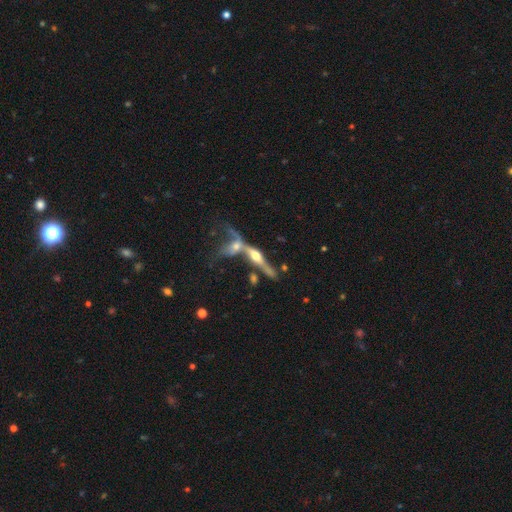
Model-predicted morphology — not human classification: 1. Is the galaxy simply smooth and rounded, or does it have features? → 77% featured or disk, 16% smooth, 7% star or artifact.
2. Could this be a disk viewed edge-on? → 87% yes, 13% no.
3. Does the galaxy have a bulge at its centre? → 92% rounded, 4% boxy, 3% none.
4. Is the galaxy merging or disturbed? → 50% merger, 33% none, 10% minor disturbance, 7% major disturbance.